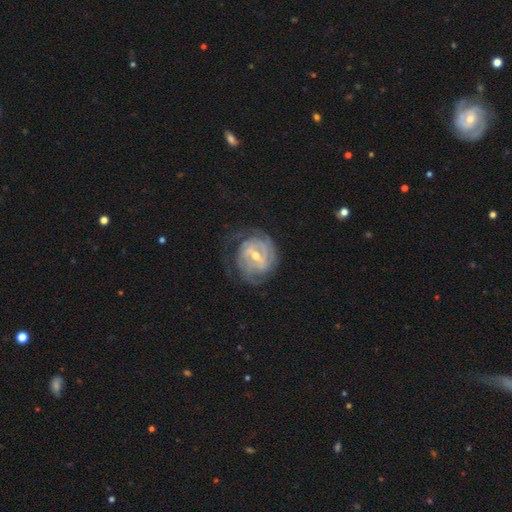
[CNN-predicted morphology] Smooth or featured: featured or disk — 85% (smooth — 9%)
Edge-on disk: no — 97% (yes — 3%)
Bar: weak — 48% (strong — 34%)
Spiral arms: yes — 94% (no — 6%)
Spiral winding: tight — 71% (medium — 22%)
Spiral arm count: can't tell — 36% (2 — 24%)
Bulge size: moderate — 54% (small — 42%)
Merging: none — 69% (minor disturbance — 18%)